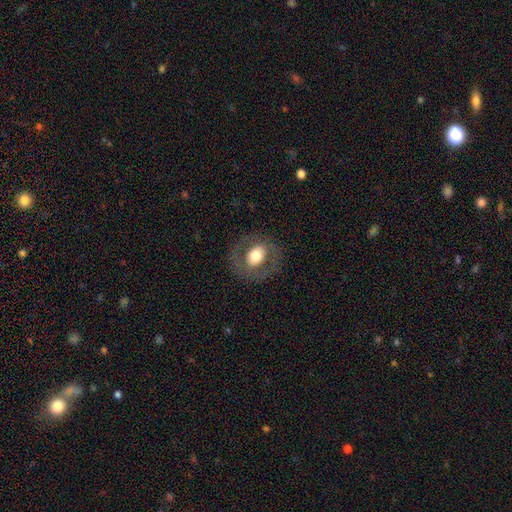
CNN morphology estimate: Q: Smooth or featured?
A: smooth (51%); runner-up: featured or disk (41%)
Q: How rounded?
A: round (57%); runner-up: in between (42%)
Q: Merging?
A: none (79%); runner-up: minor disturbance (12%)